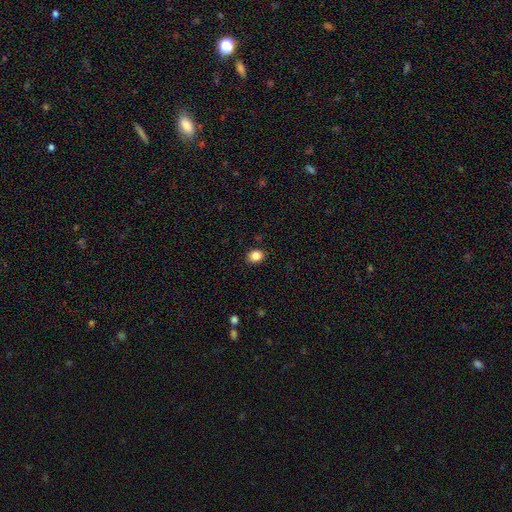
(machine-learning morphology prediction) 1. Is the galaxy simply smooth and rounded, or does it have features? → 85% smooth, 10% star or artifact, 4% featured or disk.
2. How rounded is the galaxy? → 54% round, 46% in between, 1% cigar-shaped.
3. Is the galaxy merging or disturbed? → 89% none, 8% minor disturbance, 2% major disturbance, 1% merger.